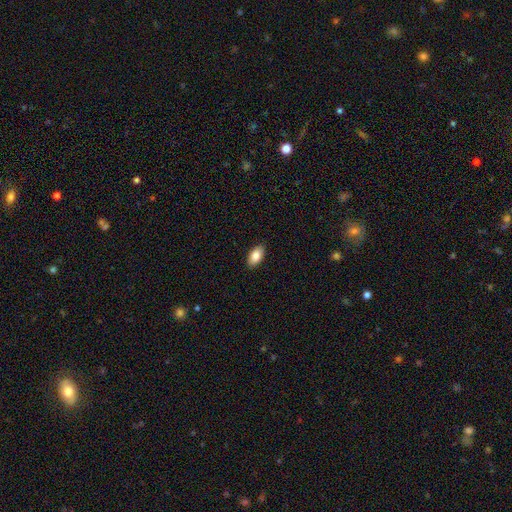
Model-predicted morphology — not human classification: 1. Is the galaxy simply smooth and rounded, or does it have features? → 85% smooth, 8% featured or disk, 7% star or artifact.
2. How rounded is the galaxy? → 94% in between, 3% cigar-shaped, 3% round.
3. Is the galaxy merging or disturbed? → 89% none, 8% minor disturbance, 2% major disturbance, 1% merger.